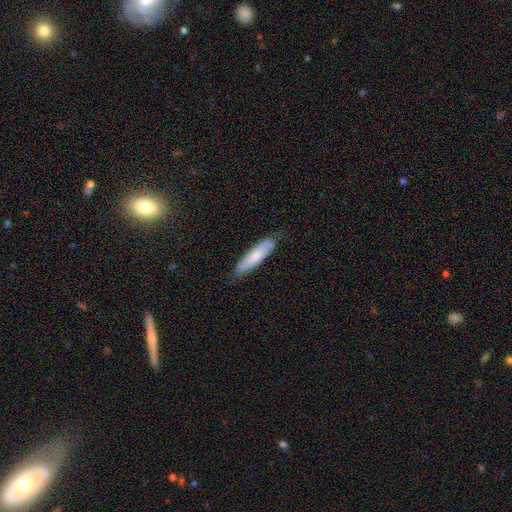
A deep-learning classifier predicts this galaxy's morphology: A smooth galaxy with no disk features (73%) that is cigar-shaped (77%).

Vote fractions:
- Smooth or featured? smooth: 73% / featured or disk: 21% / star or artifact: 6%
- How rounded? cigar-shaped: 77% / in between: 22% / round: 1%
- Merging? none: 78% / minor disturbance: 18% / major disturbance: 3% / merger: 1%